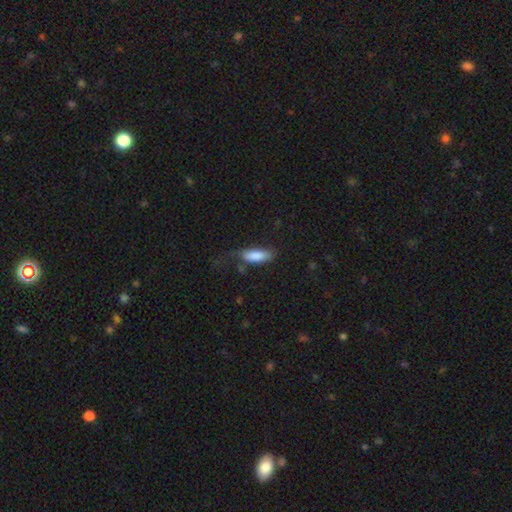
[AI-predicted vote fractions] Smooth or featured: smooth — 82% (featured or disk — 11%)
How rounded: in between — 71% (cigar-shaped — 27%)
Merging: none — 48% (minor disturbance — 28%)